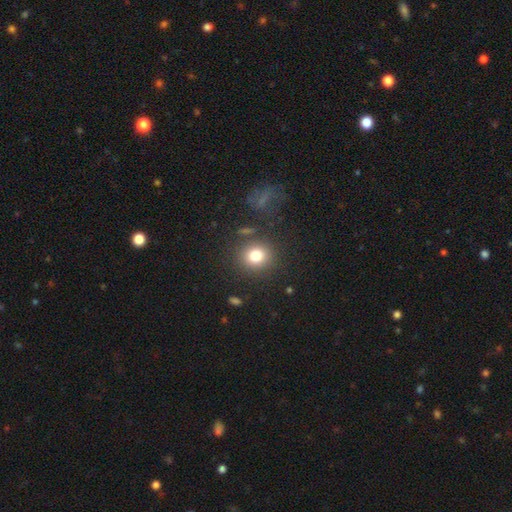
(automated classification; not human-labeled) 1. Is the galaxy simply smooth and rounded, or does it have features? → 79% smooth, 13% star or artifact, 8% featured or disk.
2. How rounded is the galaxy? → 84% round, 15% in between, 1% cigar-shaped.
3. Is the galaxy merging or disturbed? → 84% none, 9% minor disturbance, 4% major disturbance, 4% merger.